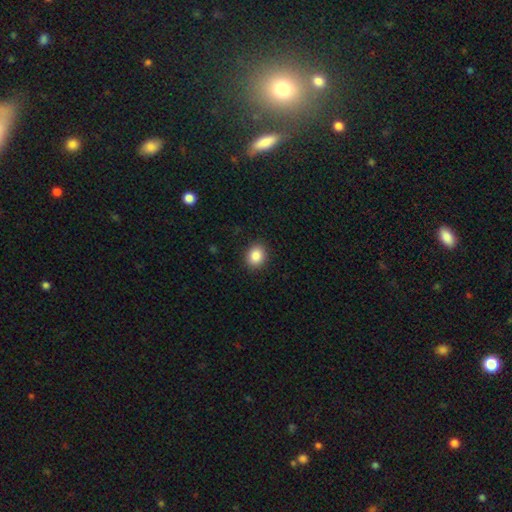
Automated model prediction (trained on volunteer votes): Overall: smooth (87%). How rounded: round (54%; in between 46%). Merging: none (89%).